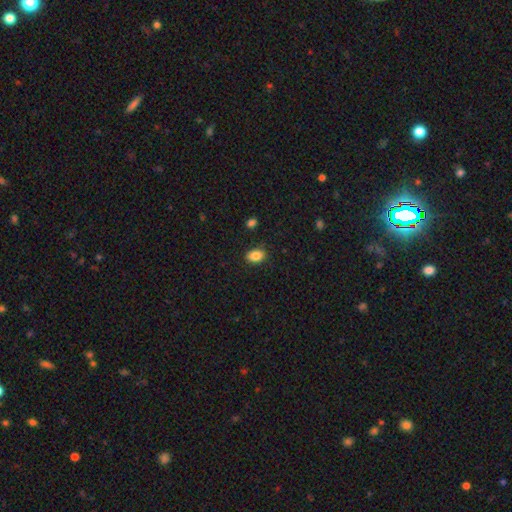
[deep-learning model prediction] The model was most divided on "how rounded": in between: 81%, round: 18%, cigar-shaped: 1%. More confident: smooth or featured — smooth (86%); merging — none (85%).